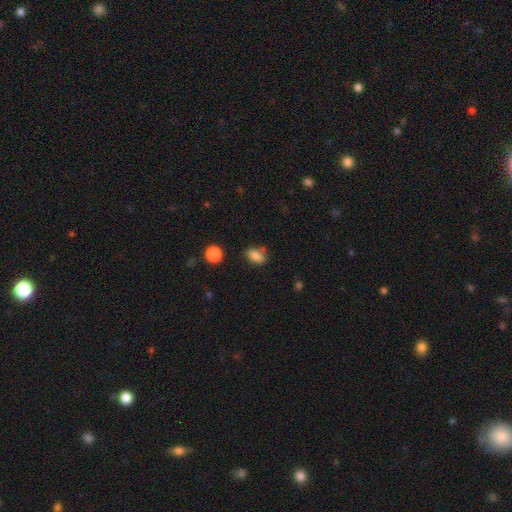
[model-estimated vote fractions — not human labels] The model was most divided on "merging": none: 68%, minor disturbance: 21%, merger: 6%, major disturbance: 5%. More confident: smooth or featured — smooth (83%); how rounded — in between (83%).